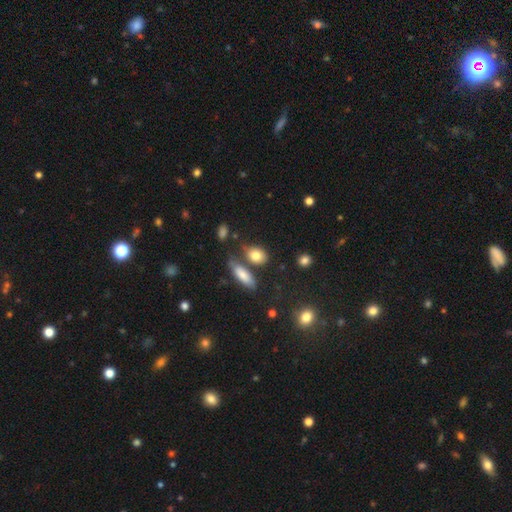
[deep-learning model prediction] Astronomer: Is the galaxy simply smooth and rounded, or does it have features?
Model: smooth — 80%.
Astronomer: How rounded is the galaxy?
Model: in between — 69%.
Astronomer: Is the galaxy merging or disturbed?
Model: none — 61%.